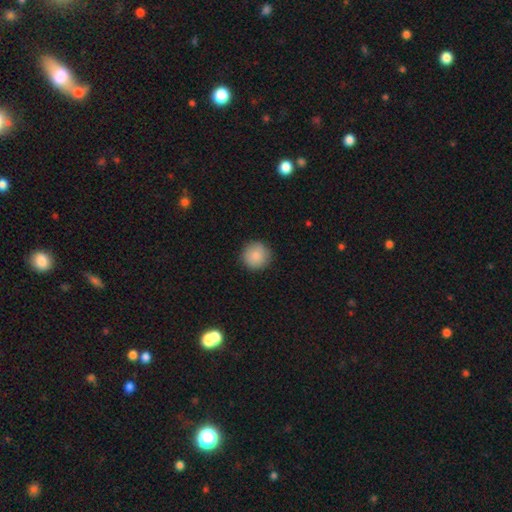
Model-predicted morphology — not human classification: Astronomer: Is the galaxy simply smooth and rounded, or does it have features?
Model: smooth — 87%.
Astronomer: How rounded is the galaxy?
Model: round — 95%.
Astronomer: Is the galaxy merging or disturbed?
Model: none — 91%.